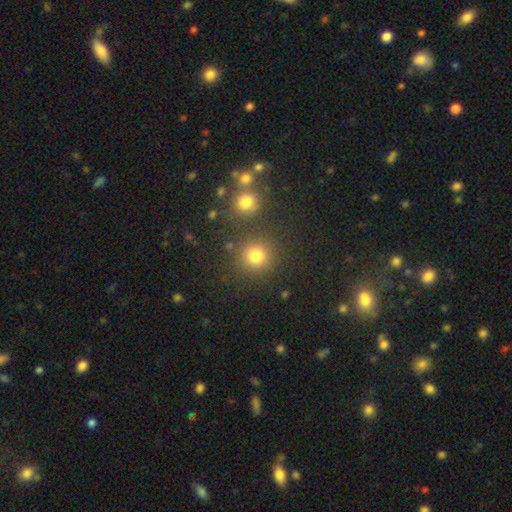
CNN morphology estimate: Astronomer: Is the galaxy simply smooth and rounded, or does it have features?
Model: smooth — 79%.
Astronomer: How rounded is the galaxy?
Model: round — 91%.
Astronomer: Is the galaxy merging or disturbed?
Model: none — 79%.